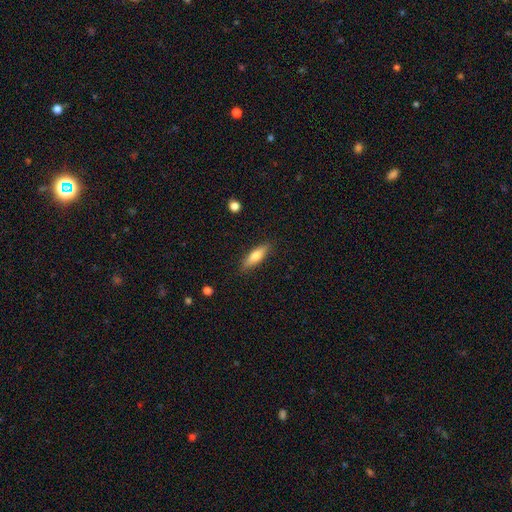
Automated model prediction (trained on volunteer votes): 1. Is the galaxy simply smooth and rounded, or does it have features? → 69% smooth, 25% featured or disk, 6% star or artifact.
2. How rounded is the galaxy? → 52% cigar-shaped, 45% in between, 2% round.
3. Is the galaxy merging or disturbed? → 86% none, 10% minor disturbance, 2% major disturbance, 1% merger.